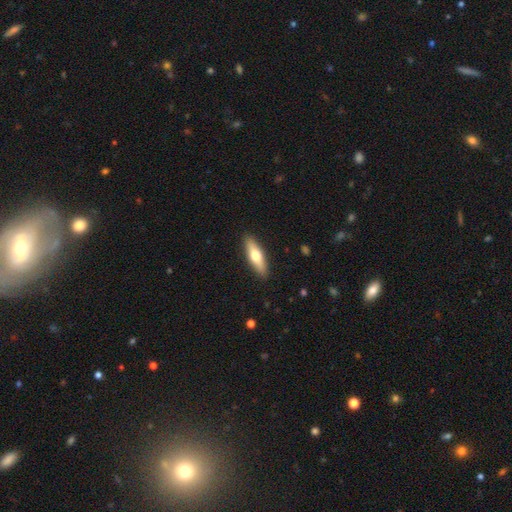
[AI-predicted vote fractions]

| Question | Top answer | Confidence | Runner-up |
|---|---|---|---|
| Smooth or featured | smooth | 59% | featured or disk (36%) |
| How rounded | cigar-shaped | 58% | in between (40%) |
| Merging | none | 90% | minor disturbance (7%) |